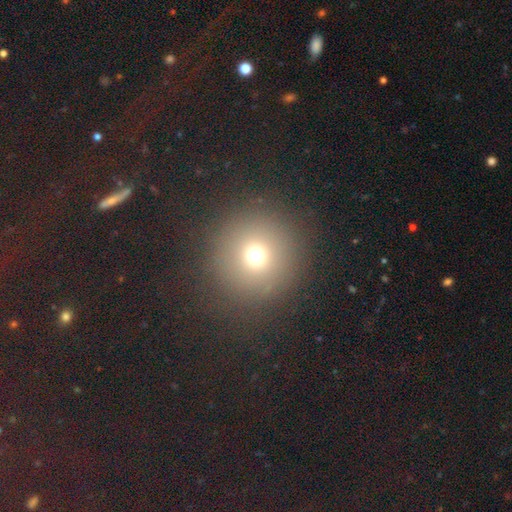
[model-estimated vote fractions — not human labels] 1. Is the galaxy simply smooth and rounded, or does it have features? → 69% smooth, 21% star or artifact, 10% featured or disk.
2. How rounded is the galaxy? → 95% round, 4% in between, 1% cigar-shaped.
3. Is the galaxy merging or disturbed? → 88% none, 6% minor disturbance, 4% major disturbance, 2% merger.